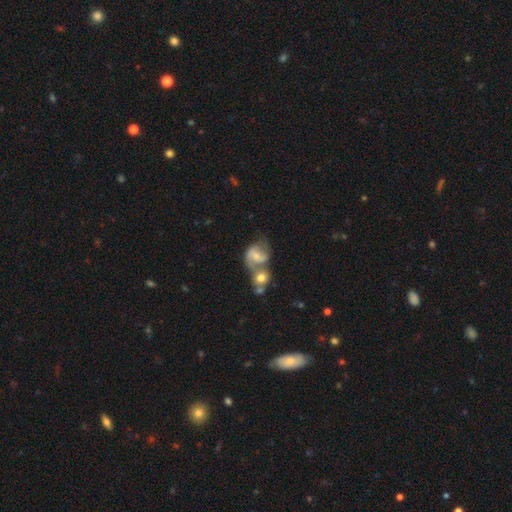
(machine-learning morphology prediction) Smooth or featured? featured or disk (60%)
Edge-on disk? no (97%)
Bar? weak (45%)
Spiral arms? yes (83%)
Bulge size? small (42%)
Merging? merger (58%)